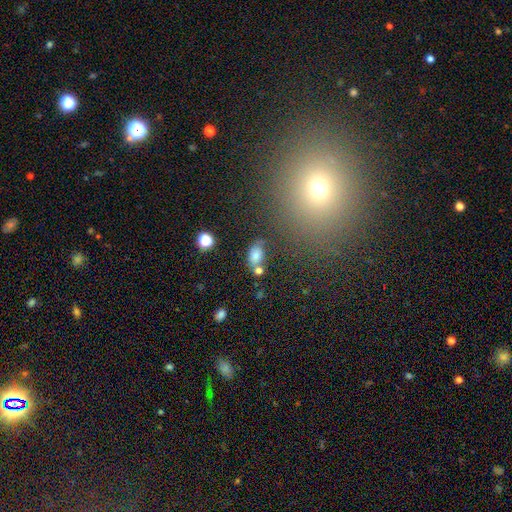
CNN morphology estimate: Smooth or featured: smooth — 74% (star or artifact — 13%)
How rounded: in between — 84% (round — 14%)
Merging: none — 51% (merger — 23%)